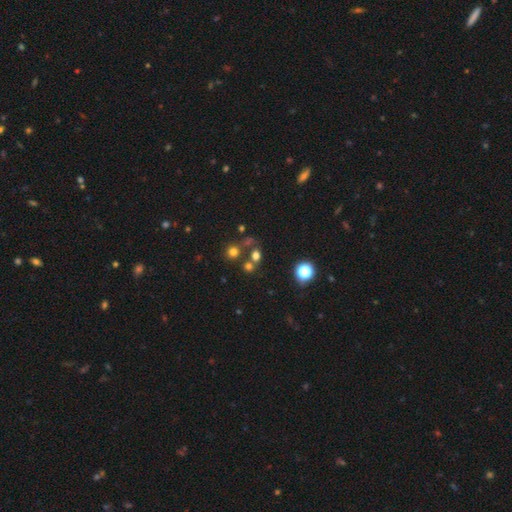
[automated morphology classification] Smooth or featured? smooth (64%)
How rounded? round (77%)
Merging? none (62%)